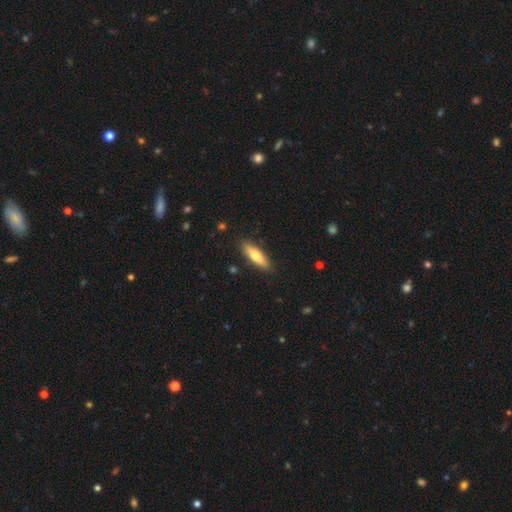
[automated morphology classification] A smooth galaxy with no disk features (71%) that is cigar-shaped (58%).

Vote fractions:
- Smooth or featured? smooth: 71% / featured or disk: 24% / star or artifact: 5%
- How rounded? cigar-shaped: 58% / in between: 40% / round: 2%
- Merging? none: 88% / minor disturbance: 9% / major disturbance: 2% / merger: 1%